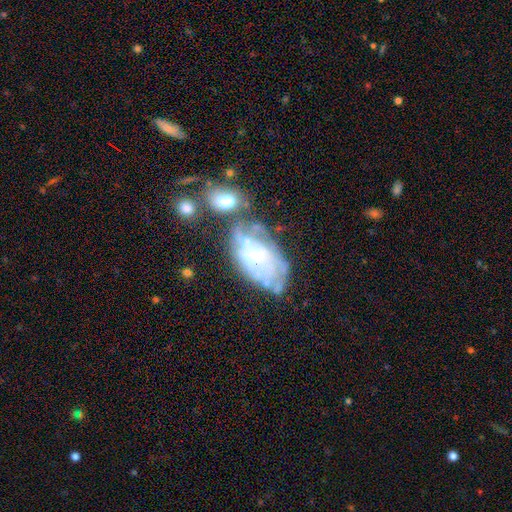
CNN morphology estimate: This is likely a featured or disk galaxy (70%). It is clearly not viewed edge-on (96%). Bar: likely no (76%). Spiral arm pattern: possibly no (51%). Central bulge: likely small (61%). Merging: marginally none (34%).